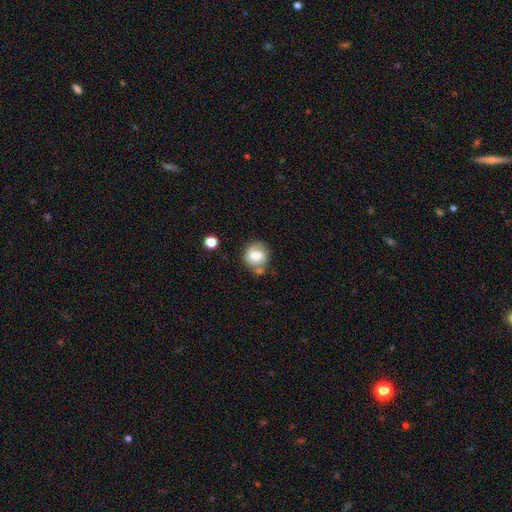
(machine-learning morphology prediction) Overall: smooth (66%). How rounded: round (82%). Merging: none (63%).